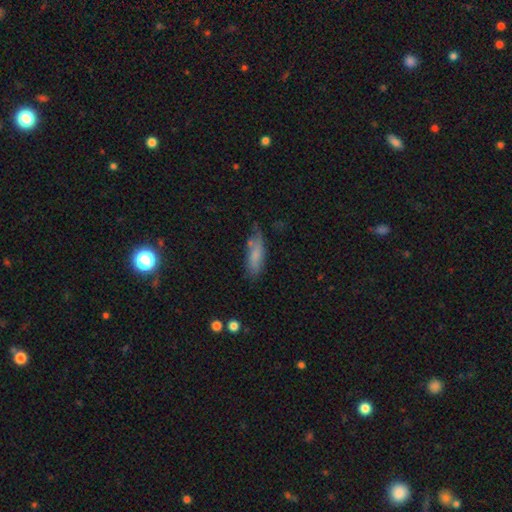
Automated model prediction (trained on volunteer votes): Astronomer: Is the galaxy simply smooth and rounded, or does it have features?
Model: smooth — 75%.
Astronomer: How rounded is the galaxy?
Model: in between — 56% (runner-up: cigar-shaped, 41%).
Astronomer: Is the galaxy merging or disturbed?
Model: none — 54% (runner-up: minor disturbance, 30%).